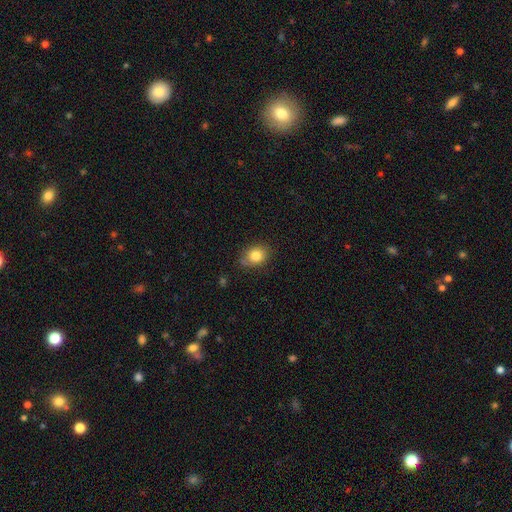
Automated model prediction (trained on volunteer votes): Overall: smooth (82%). How rounded: in between (55%; round 44%). Merging: none (76%).